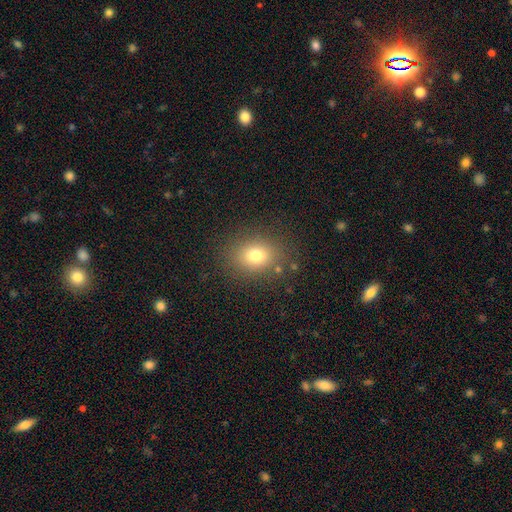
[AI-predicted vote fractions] Smooth or featured? smooth (75%)
How rounded? round (52%)
Merging? none (85%)